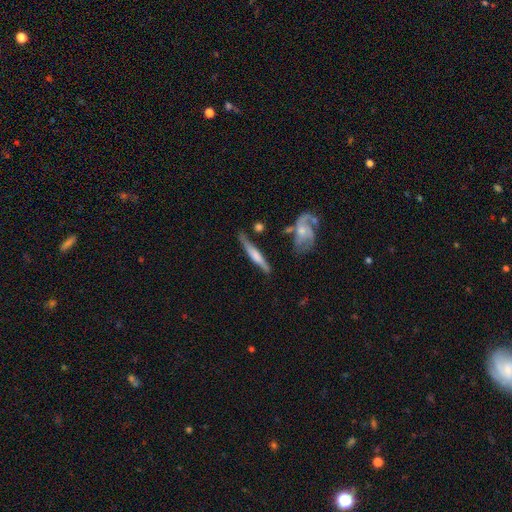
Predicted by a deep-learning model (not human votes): Smooth or featured? Predicted: featured or disk (p=0.57). Edge-on disk? Predicted: yes (p=0.88). Edge-on bulge? Predicted: rounded (p=0.53). Merging? Predicted: none (p=0.67).